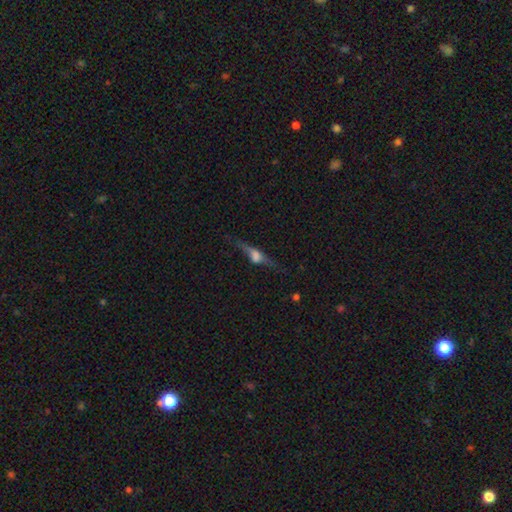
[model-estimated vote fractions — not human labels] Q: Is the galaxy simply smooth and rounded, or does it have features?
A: featured or disk — 68%.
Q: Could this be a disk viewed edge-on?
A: yes — 93%.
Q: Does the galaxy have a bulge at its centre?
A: rounded — 81%.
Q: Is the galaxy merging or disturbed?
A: none — 72%.